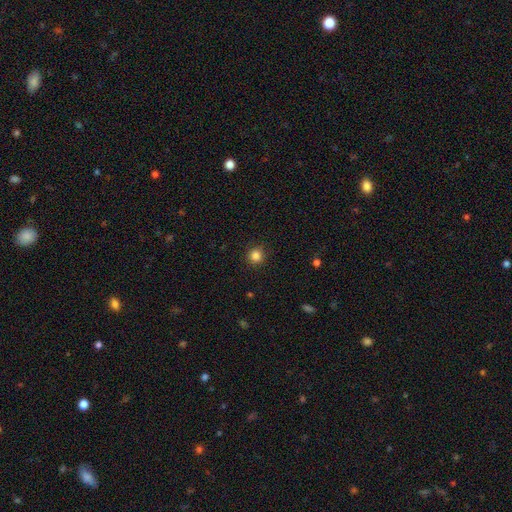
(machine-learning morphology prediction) A smooth galaxy with no disk features (84%) that is round (94%).

Vote fractions:
- Smooth or featured? smooth: 84% / star or artifact: 12% / featured or disk: 4%
- How rounded? round: 94% / in between: 6% / cigar-shaped: 1%
- Merging? none: 90% / minor disturbance: 7% / major disturbance: 2% / merger: 1%